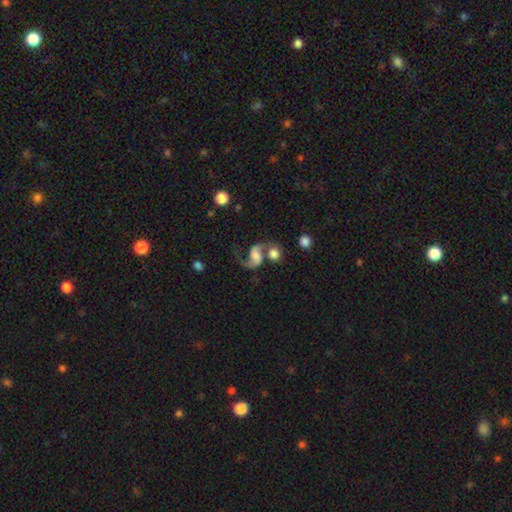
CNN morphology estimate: A featured or disk galaxy (78%) with no bar (48%), 2 (85%) loose (67%) spiral arms (95%) and no central bulge (34%).

Vote fractions:
- Smooth or featured? featured or disk: 78% / smooth: 14% / star or artifact: 8%
- Edge-on disk? no: 98% / yes: 2%
- Bar? no: 48% / weak: 37% / strong: 15%
- Spiral arms? yes: 95% / no: 5%
- Spiral winding? loose: 67% / medium: 28% / tight: 5%
- Spiral arm count? 2: 85% / 1: 10% / can't tell: 2% / 3: 1% / 4: 1% / more than 4: 1%
- Bulge size? none: 34% / moderate: 23% / small: 20% / large: 19% / dominant: 4%
- Merging? none: 39% / merger: 33% / major disturbance: 15% / minor disturbance: 13%